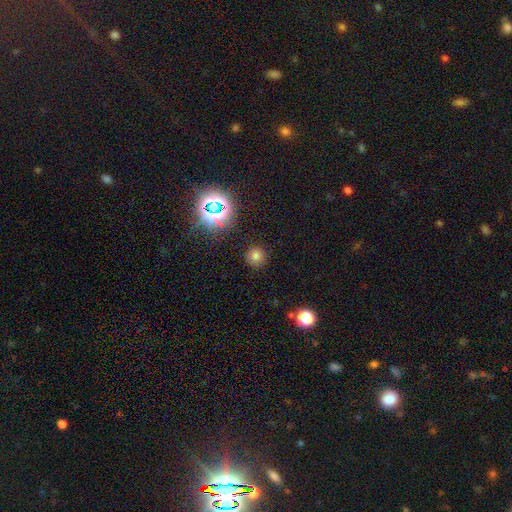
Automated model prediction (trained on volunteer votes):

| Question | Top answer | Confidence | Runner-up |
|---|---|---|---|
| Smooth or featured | smooth | 71% | star or artifact (22%) |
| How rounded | round | 93% | in between (6%) |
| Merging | none | 89% | minor disturbance (7%) |